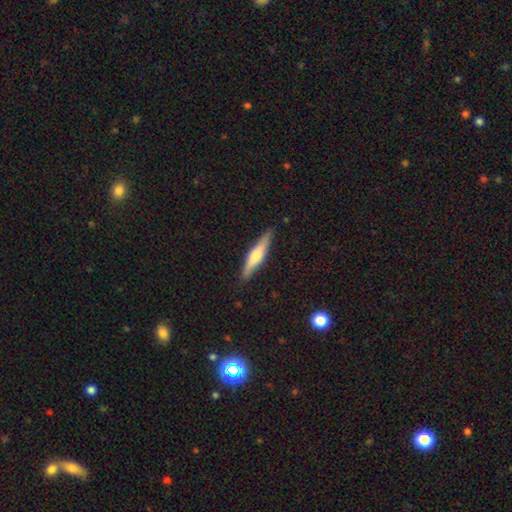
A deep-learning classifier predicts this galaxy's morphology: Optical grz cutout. It shows a featured or disk galaxy (48%). Merging: none (88%).